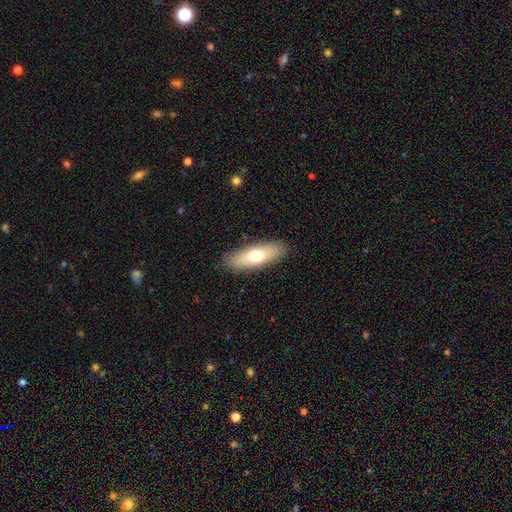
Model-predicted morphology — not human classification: The model was most divided on "how rounded": in between: 57%, cigar-shaped: 40%, round: 3%. More confident: merging — none (88%); smooth or featured — smooth (66%).